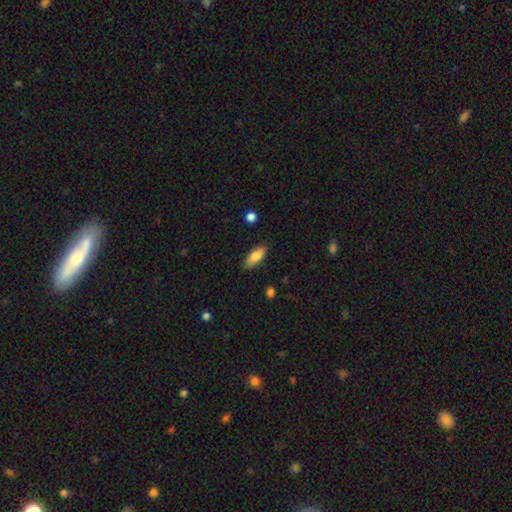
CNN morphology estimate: A smooth galaxy with no disk features (82%) that is in between round and cigar-shaped (76%). Merging: none (86%).